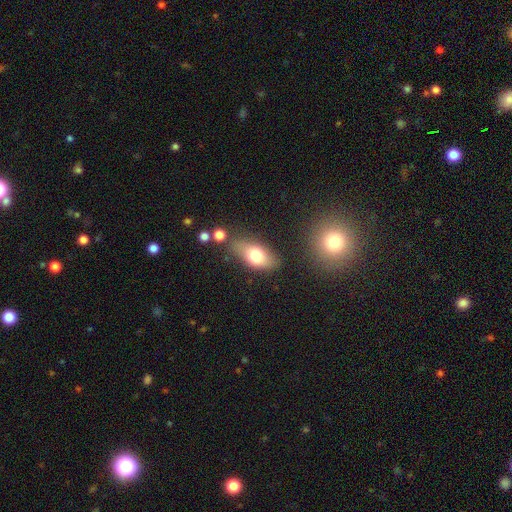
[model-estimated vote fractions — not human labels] A smooth galaxy with no disk features (70%) that is in between round and cigar-shaped (84%).

Vote fractions:
- Smooth or featured? smooth: 70% / featured or disk: 22% / star or artifact: 8%
- How rounded? in between: 84% / cigar-shaped: 9% / round: 7%
- Merging? none: 73% / minor disturbance: 17% / merger: 5% / major disturbance: 5%